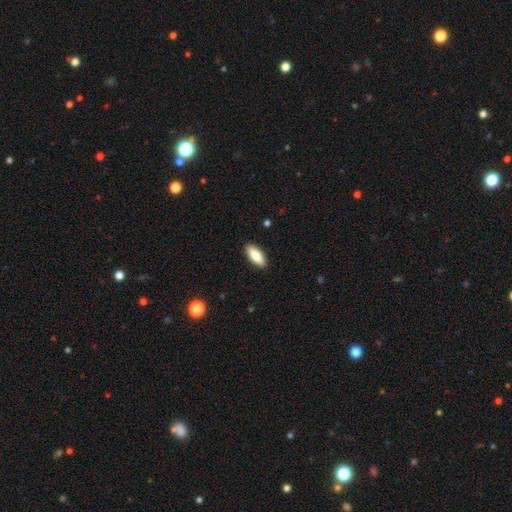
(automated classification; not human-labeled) A smooth galaxy with no disk features (81%) that is in between round and cigar-shaped (76%). Merging: none (90%).